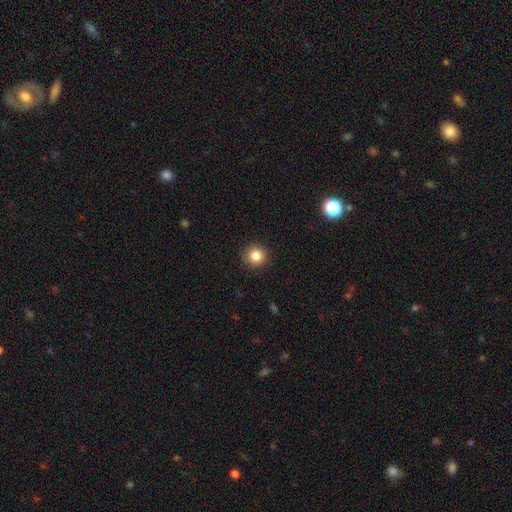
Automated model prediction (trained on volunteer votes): The model was most divided on "smooth or featured": smooth: 84%, star or artifact: 11%, featured or disk: 5%. More confident: how rounded — round (94%); merging — none (92%).